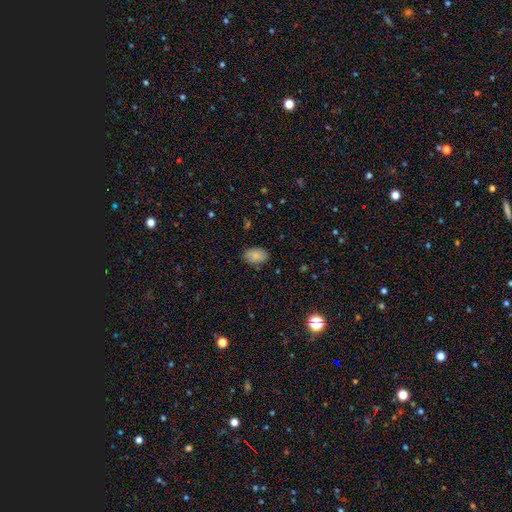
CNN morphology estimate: A smooth galaxy with no disk features (86%) that is in between round and cigar-shaped (85%). Merging: none (82%).